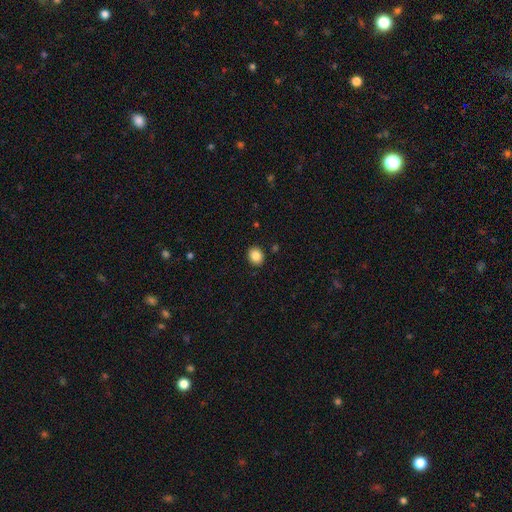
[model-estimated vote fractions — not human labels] Smooth or featured: smooth — 86% (star or artifact — 9%)
How rounded: round — 60% (in between — 39%)
Merging: none — 90% (minor disturbance — 6%)